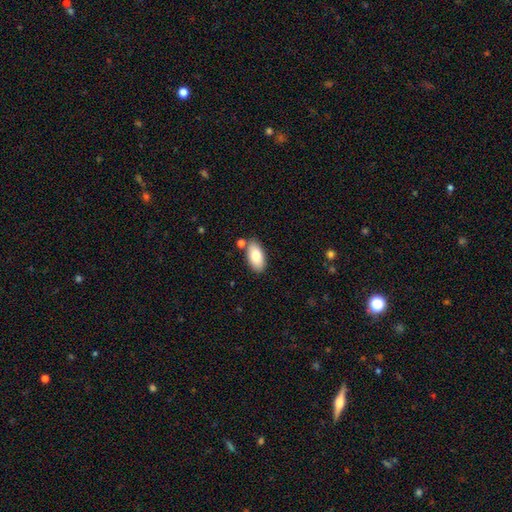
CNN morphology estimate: smooth 80%, featured or disk 14%, star or artifact 7%. Down the decision tree: how rounded — in between (94%); merging — none (79%).